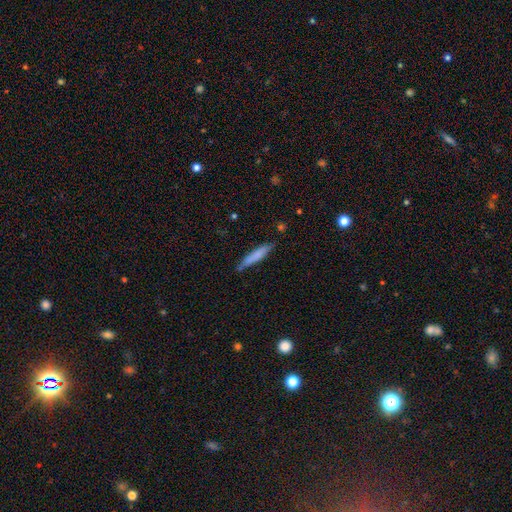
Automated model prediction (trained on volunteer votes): Smooth or featured: smooth — 73% (featured or disk — 21%)
How rounded: cigar-shaped — 91% (in between — 8%)
Merging: none — 79% (minor disturbance — 15%)